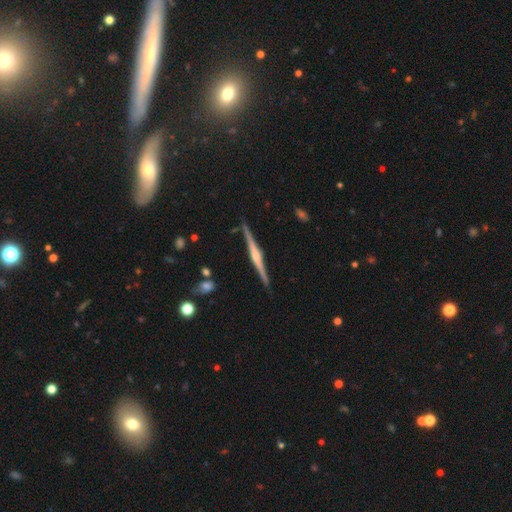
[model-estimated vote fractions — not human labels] This is likely a featured or disk galaxy (79%). It is clearly viewed edge-on (98%). Edge-on bulge: likely rounded (72%). Merging: clearly none (89%).